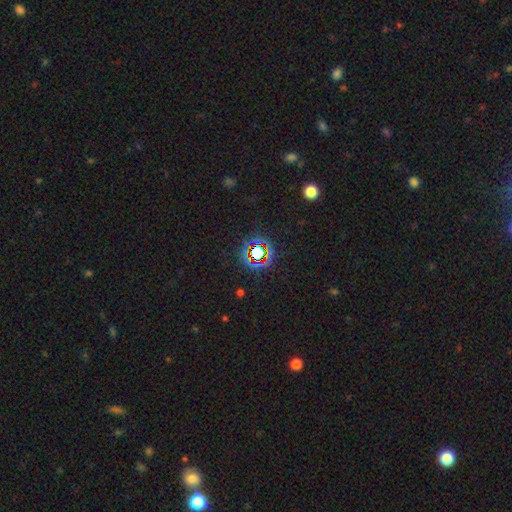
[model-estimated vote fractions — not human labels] Morphology: type=star or artifact (73%).